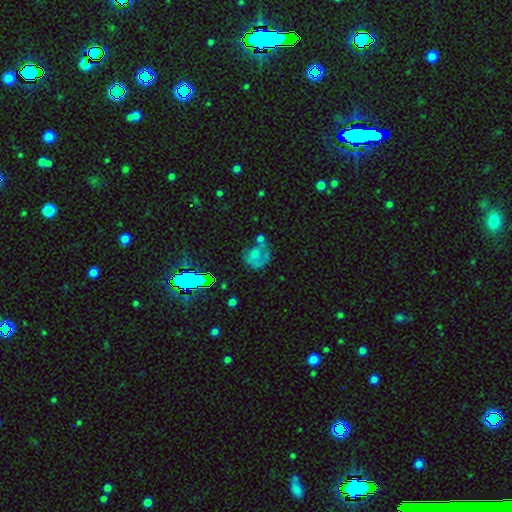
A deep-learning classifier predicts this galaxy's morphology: Smooth or featured?
  - smooth: 45% *
  - featured or disk: 37%
  - star or artifact: 18%
Merging?
  - none: 32% *
  - major disturbance: 29%
  - merger: 20%
  - minor disturbance: 19%